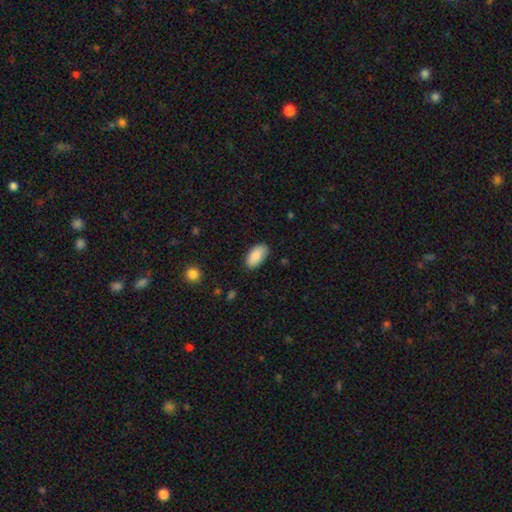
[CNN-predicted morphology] Smooth or featured?
  - smooth: 89% *
  - star or artifact: 7%
  - featured or disk: 5%
How rounded?
  - in between: 94% *
  - cigar-shaped: 4%
  - round: 2%
Merging?
  - none: 83% *
  - minor disturbance: 13%
  - major disturbance: 3%
  - merger: 1%